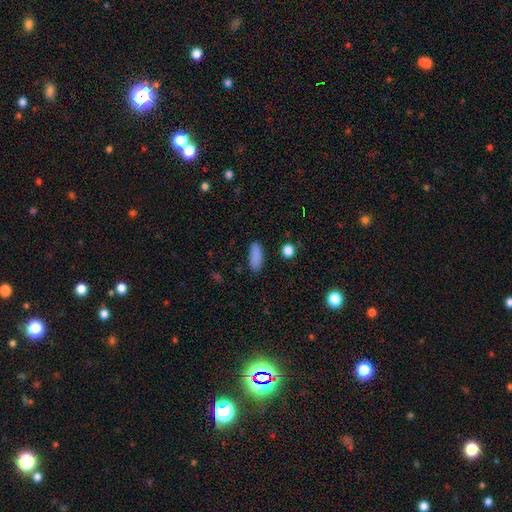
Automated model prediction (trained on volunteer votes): Smooth or featured? smooth (86%)
How rounded? in between (72%)
Merging? none (82%)